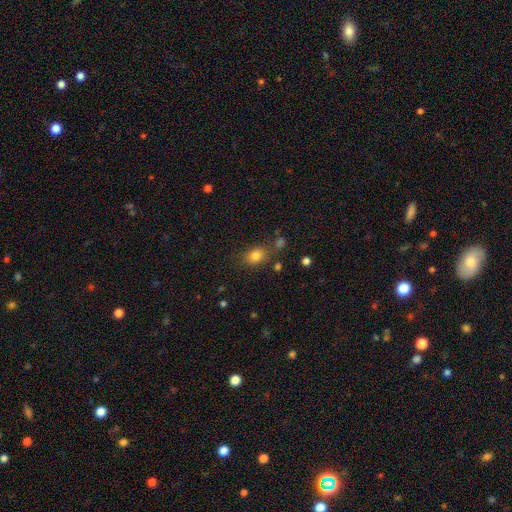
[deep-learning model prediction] smooth_or_featured: smooth (p=0.80) [alt: star or artifact p=0.12]
how_rounded: in between (p=0.61) [alt: round p=0.37]
merging: none (p=0.72) [alt: minor disturbance p=0.15]